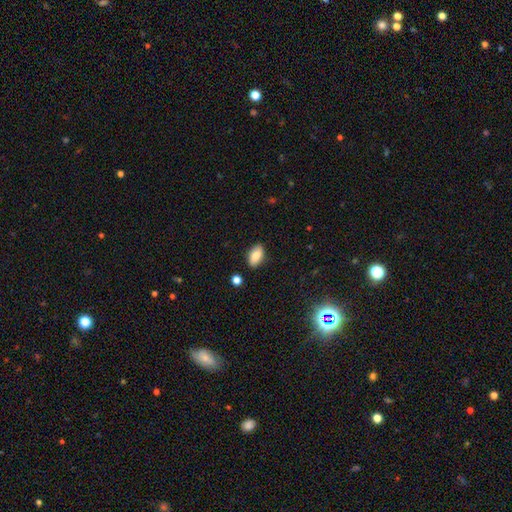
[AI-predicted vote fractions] This appears to be a smooth galaxy with no disk features (82%) that is in between round and cigar-shaped (91%). Merging: none (84%).